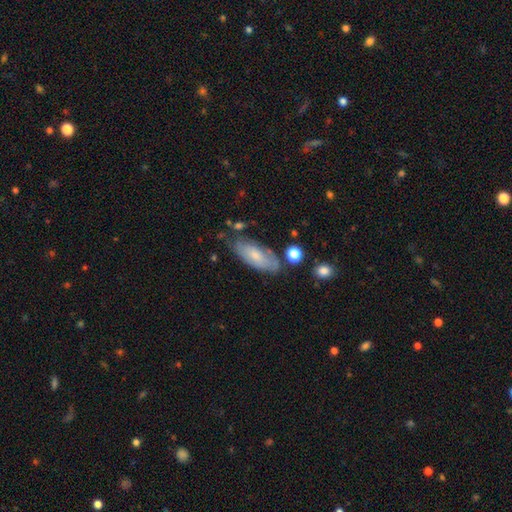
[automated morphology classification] The model was most divided on "smooth or featured": smooth: 57%, featured or disk: 36%, star or artifact: 7%. More confident: how rounded — in between (81%); merging — none (61%).